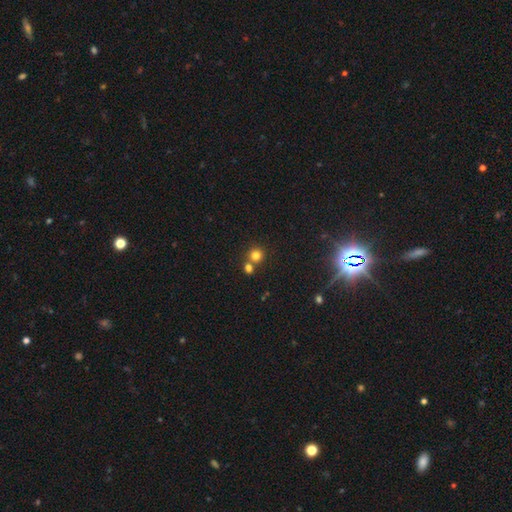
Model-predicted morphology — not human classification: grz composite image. It shows a smooth galaxy with no disk features (79%) that is round (91%). Merging: none (63%).